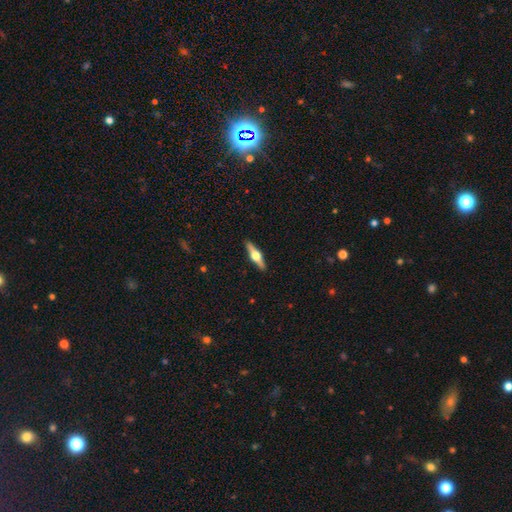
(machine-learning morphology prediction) Overall: featured or disk (70%). Edge-on disk: yes (97%). Edge-on bulge: rounded (95%). Merging: none (91%).